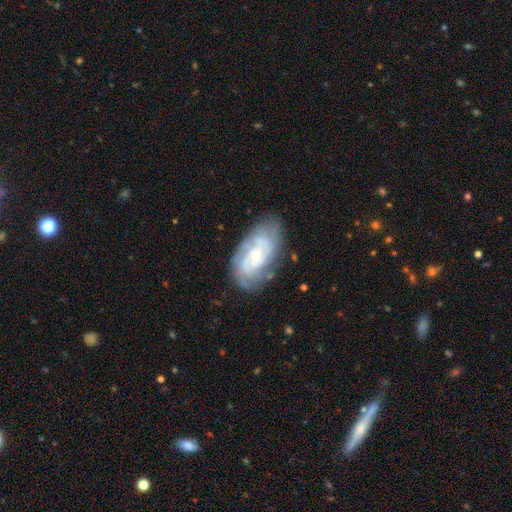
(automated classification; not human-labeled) A featured or disk galaxy (79%) with no bar (60%), tight (62%) spiral arms (93%) and a small central bulge (67%).

Vote fractions:
- Smooth or featured? featured or disk: 79% / smooth: 15% / star or artifact: 6%
- Edge-on disk? no: 95% / yes: 5%
- Bar? no: 60% / weak: 33% / strong: 7%
- Spiral arms? yes: 93% / no: 7%
- Spiral winding? tight: 62% / medium: 31% / loose: 7%
- Spiral arm count? can't tell: 37% / 2: 25% / 3: 18% / 4: 10% / more than 4: 5% / 1: 4%
- Bulge size? small: 67% / moderate: 27% / none: 3% / large: 2% / dominant: 1%
- Merging? none: 75% / minor disturbance: 18% / major disturbance: 6% / merger: 2%